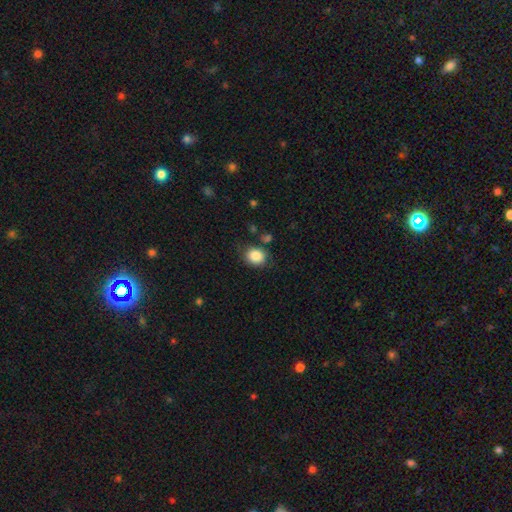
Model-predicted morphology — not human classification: This is clearly a smooth galaxy (86%). How rounded: likely round (65%). Merging: likely none (75%).